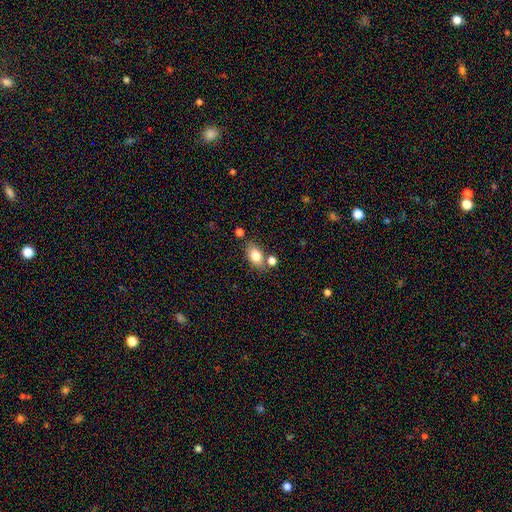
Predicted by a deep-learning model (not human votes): Q: Smooth or featured?
A: smooth (79%); runner-up: featured or disk (12%)
Q: How rounded?
A: in between (81%); runner-up: round (16%)
Q: Merging?
A: none (70%); runner-up: minor disturbance (14%)